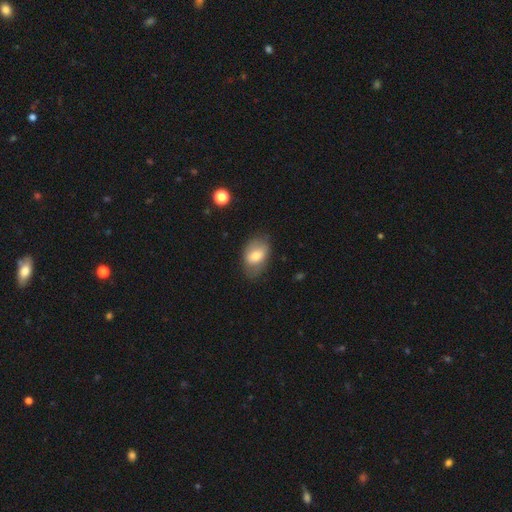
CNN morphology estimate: This appears to be a smooth galaxy with no disk features (70%) that is in between round and cigar-shaped (85%). Merging: none (69%).